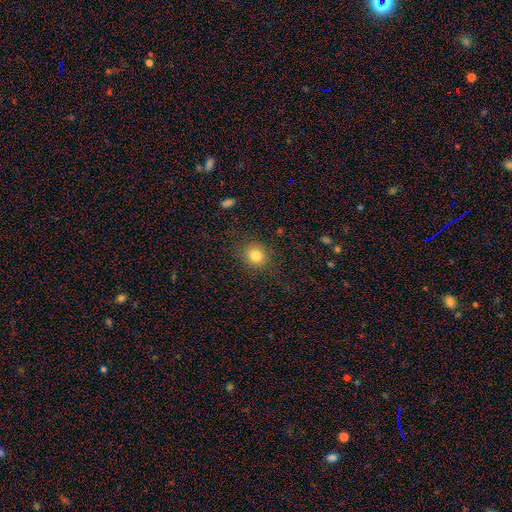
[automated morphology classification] This appears to be a smooth galaxy with no disk features (81%) that is round (77%). Merging: none (84%).